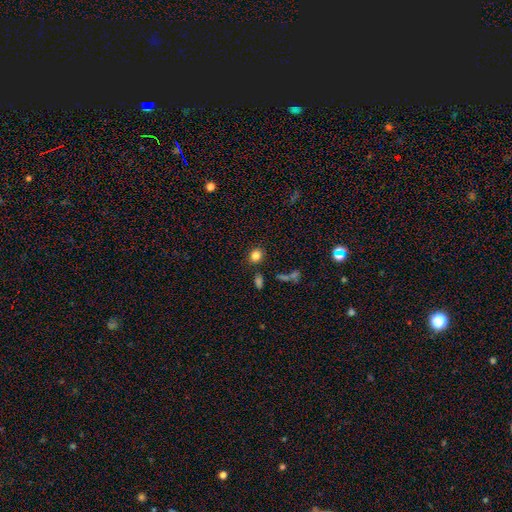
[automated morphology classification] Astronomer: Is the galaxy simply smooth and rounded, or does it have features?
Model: smooth — 83%.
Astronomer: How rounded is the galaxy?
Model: round — 66%.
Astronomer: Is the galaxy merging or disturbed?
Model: none — 84%.